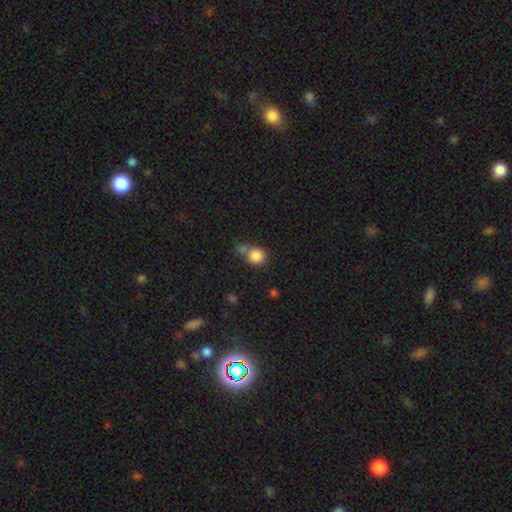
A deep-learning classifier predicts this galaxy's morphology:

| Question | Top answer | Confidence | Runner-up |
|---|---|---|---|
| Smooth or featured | smooth | 84% | star or artifact (10%) |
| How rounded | round | 83% | in between (15%) |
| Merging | none | 42% | merger (35%) |